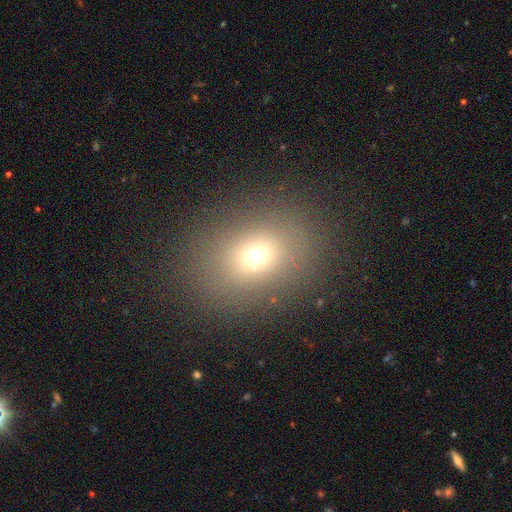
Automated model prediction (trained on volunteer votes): smooth_or_featured: smooth (p=0.67) [alt: star or artifact p=0.19]
how_rounded: in between (p=0.56) [alt: round p=0.43]
merging: none (p=0.85) [alt: minor disturbance p=0.09]